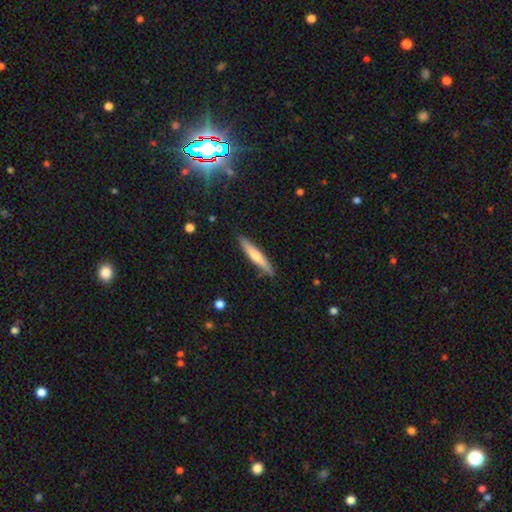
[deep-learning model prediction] Q: Smooth or featured?
A: smooth (52%); runner-up: featured or disk (41%)
Q: How rounded?
A: cigar-shaped (92%); runner-up: in between (6%)
Q: Merging?
A: none (88%); runner-up: minor disturbance (9%)